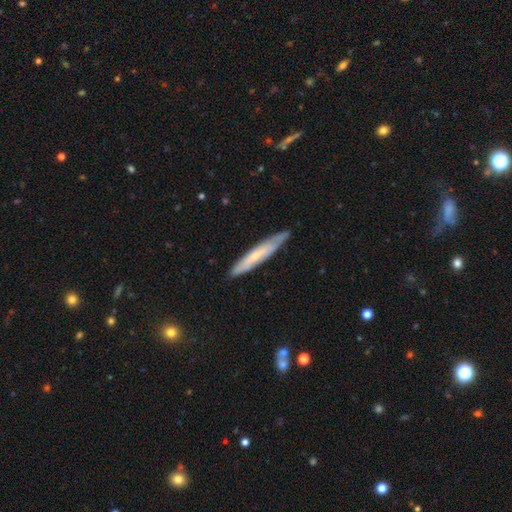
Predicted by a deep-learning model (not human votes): smooth 48%, featured or disk 45%, star or artifact 6%. Down the decision tree: merging — none (82%).